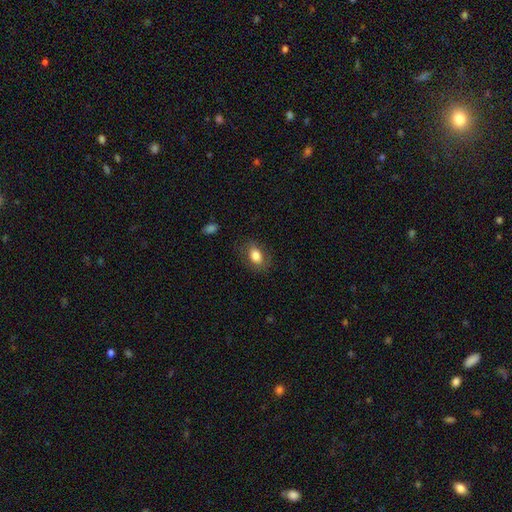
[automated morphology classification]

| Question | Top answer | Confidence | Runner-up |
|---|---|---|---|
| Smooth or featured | smooth | 79% | featured or disk (13%) |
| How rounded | in between | 83% | round (16%) |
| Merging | none | 79% | minor disturbance (14%) |